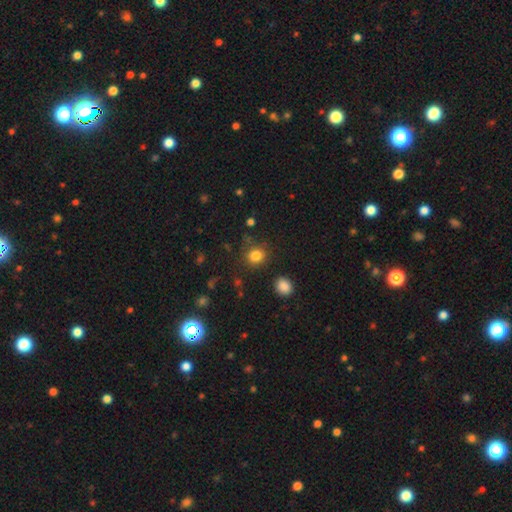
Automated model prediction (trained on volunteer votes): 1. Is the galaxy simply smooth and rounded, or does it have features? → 83% smooth, 12% star or artifact, 5% featured or disk.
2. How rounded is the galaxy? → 82% round, 17% in between, 1% cigar-shaped.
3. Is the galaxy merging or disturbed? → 82% none, 10% minor disturbance, 4% major disturbance, 4% merger.